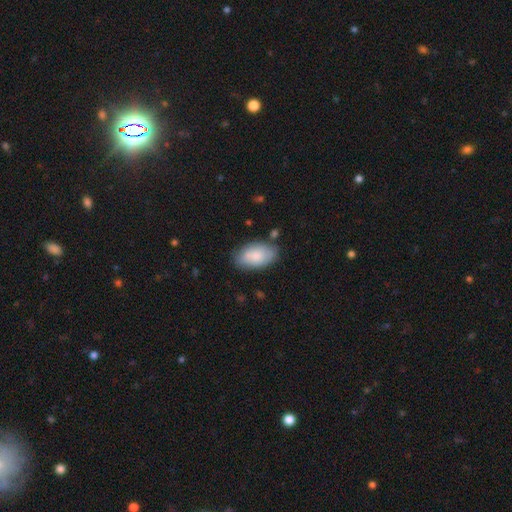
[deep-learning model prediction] smooth_or_featured: smooth (p=0.81) [alt: featured or disk p=0.13]
how_rounded: in between (p=0.94) [alt: round p=0.04]
merging: none (p=0.72) [alt: minor disturbance p=0.20]